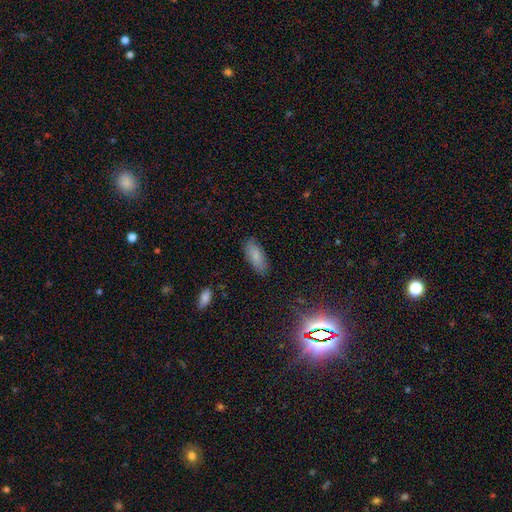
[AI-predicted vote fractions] The model was most divided on "how rounded": in between: 80%, cigar-shaped: 18%, round: 2%. More confident: merging — none (83%); smooth or featured — smooth (83%).